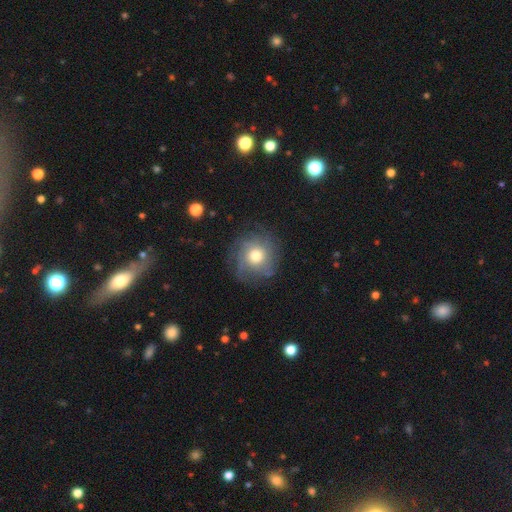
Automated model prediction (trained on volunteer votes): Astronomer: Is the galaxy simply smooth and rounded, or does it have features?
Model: featured or disk — 45% (runner-up: smooth, 43%).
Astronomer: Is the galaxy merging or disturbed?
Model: none — 73%.